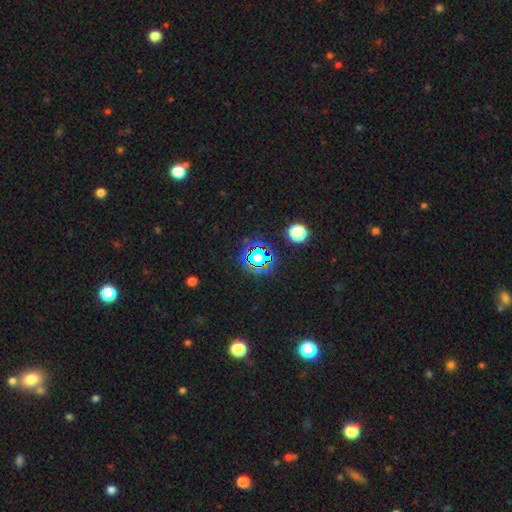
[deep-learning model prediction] A star or artifact, not a galaxy (63%).

Vote fractions:
- Smooth or featured? star or artifact: 63% / smooth: 27% / featured or disk: 11%